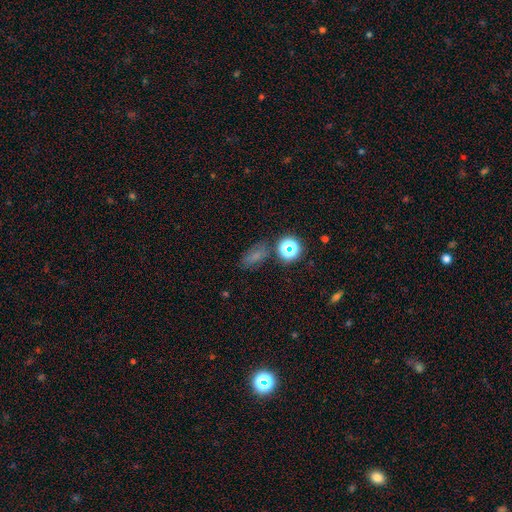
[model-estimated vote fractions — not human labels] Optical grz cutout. It shows a smooth galaxy with no disk features (55%) that is in between round and cigar-shaped (72%). Merging: none (71%).